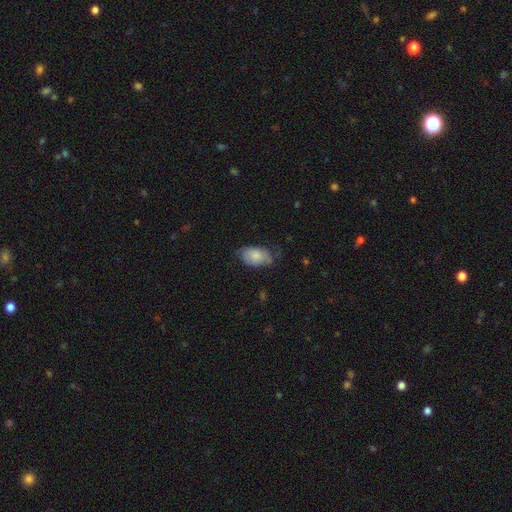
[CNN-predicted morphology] Overall: smooth (81%). How rounded: in between (91%). Merging: none (55%; minor disturbance 34%).